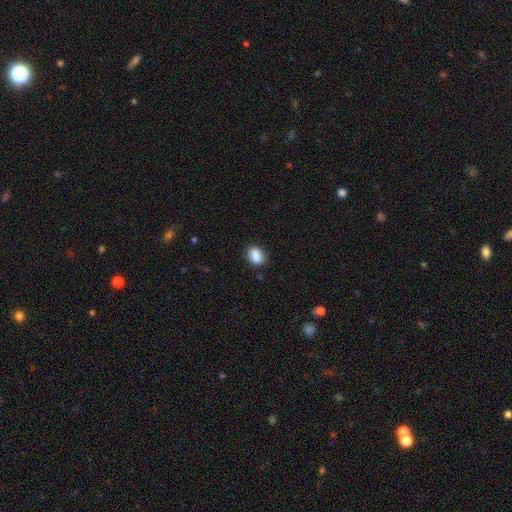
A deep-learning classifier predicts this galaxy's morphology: Smooth or featured: smooth — 89% (star or artifact — 8%)
How rounded: in between — 76% (round — 23%)
Merging: none — 85% (minor disturbance — 11%)